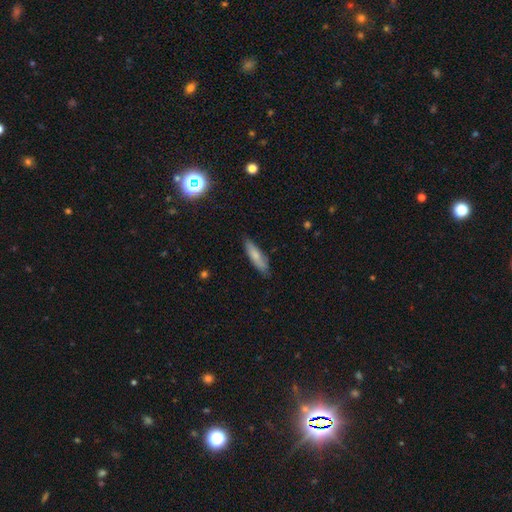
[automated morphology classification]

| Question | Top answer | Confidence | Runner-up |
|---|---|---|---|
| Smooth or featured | smooth | 75% | featured or disk (19%) |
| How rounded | cigar-shaped | 63% | in between (36%) |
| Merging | none | 79% | minor disturbance (17%) |